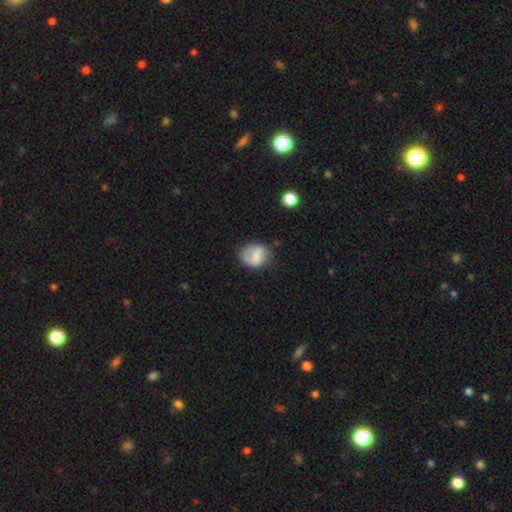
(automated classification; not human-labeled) Smooth or featured?
  - smooth: 54% *
  - featured or disk: 38%
  - star or artifact: 8%
How rounded?
  - round: 50% *
  - in between: 48%
  - cigar-shaped: 1%
Merging?
  - none: 60% *
  - minor disturbance: 25%
  - major disturbance: 11%
  - merger: 3%